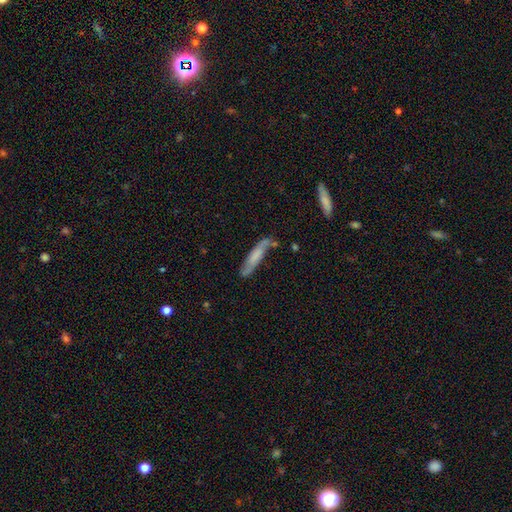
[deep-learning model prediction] smooth-or-featured: smooth: 54% | featured or disk: 39% | star or artifact: 7%
  how-rounded: cigar-shaped: 86% | in between: 12% | round: 2%
  merging: none: 66% | minor disturbance: 23% | major disturbance: 6% | merger: 6%